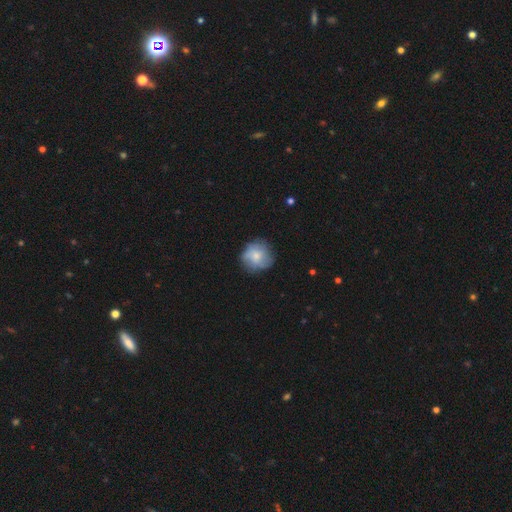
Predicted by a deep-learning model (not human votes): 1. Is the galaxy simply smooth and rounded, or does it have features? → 63% smooth, 29% featured or disk, 8% star or artifact.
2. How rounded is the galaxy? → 87% round, 12% in between, 1% cigar-shaped.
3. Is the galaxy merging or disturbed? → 74% none, 19% minor disturbance, 6% major disturbance, 1% merger.